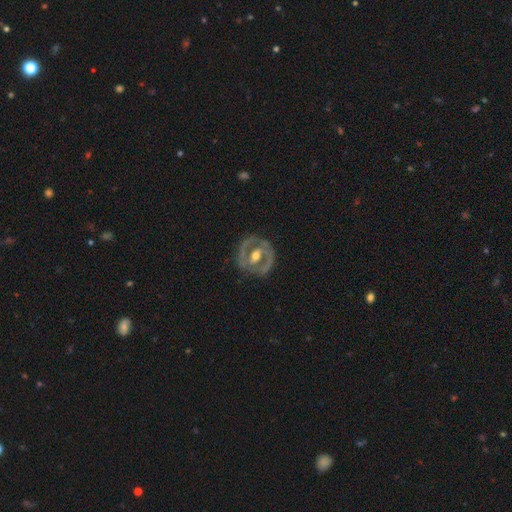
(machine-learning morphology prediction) type=featured or disk (76%); edge-on=no (95%); bar=weak (36%); spiral arms=yes (51%); bulge=moderate (73%); merging=none (76%).